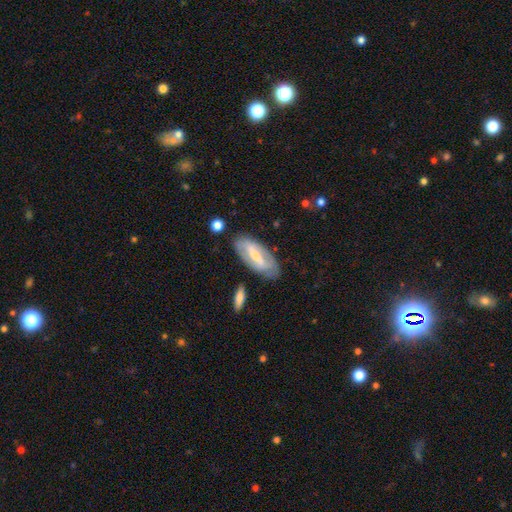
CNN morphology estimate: A featured or disk galaxy (65%) with a strong bar (57%), spiral arms (60%) and a small central bulge (55%). Merging: none (77%).